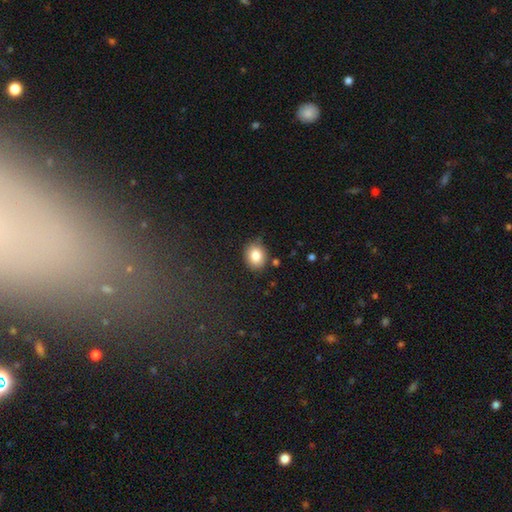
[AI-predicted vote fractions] smooth-or-featured: smooth: 83% | star or artifact: 9% | featured or disk: 8%
  how-rounded: round: 62% | in between: 38% | cigar-shaped: 1%
  merging: none: 83% | minor disturbance: 12% | merger: 3% | major disturbance: 3%